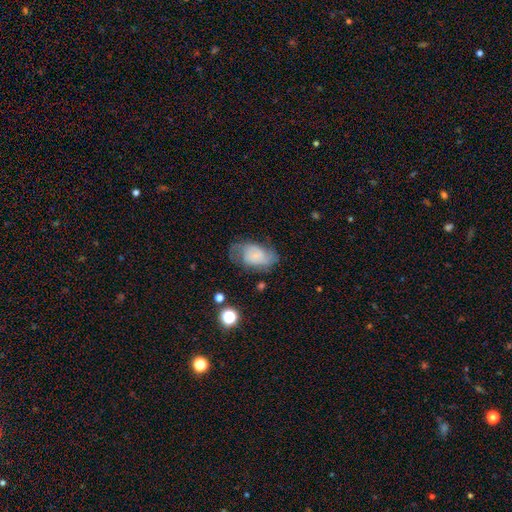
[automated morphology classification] A featured or disk galaxy (49%).

Vote fractions:
- Smooth or featured? featured or disk: 49% / smooth: 41% / star or artifact: 10%
- Merging? none: 48% / minor disturbance: 29% / major disturbance: 21% / merger: 2%